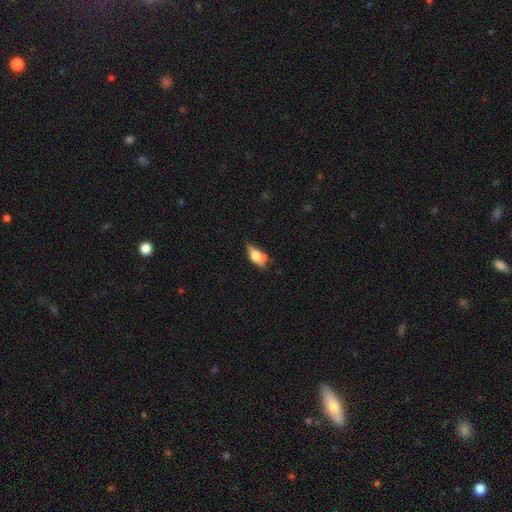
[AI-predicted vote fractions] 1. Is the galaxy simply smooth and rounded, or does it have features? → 49% smooth, 42% featured or disk, 9% star or artifact.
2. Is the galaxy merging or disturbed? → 43% none, 23% minor disturbance, 22% merger, 12% major disturbance.